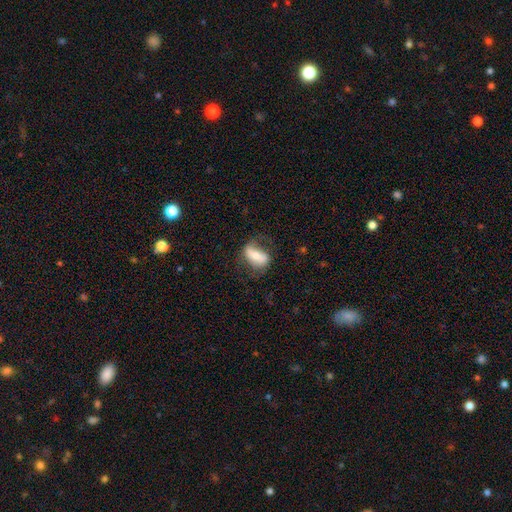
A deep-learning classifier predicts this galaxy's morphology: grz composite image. It shows a smooth galaxy with no disk features (49%). Merging: none (55%).